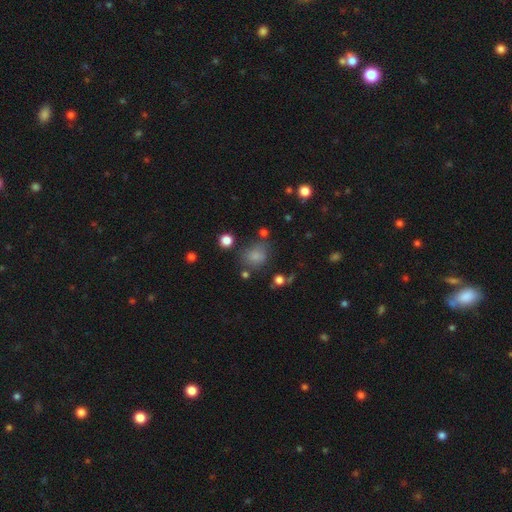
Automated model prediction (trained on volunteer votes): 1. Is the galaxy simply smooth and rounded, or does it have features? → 77% smooth, 15% star or artifact, 8% featured or disk.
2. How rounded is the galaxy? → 61% round, 38% in between, 1% cigar-shaped.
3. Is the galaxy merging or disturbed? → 63% none, 21% minor disturbance, 9% major disturbance, 7% merger.